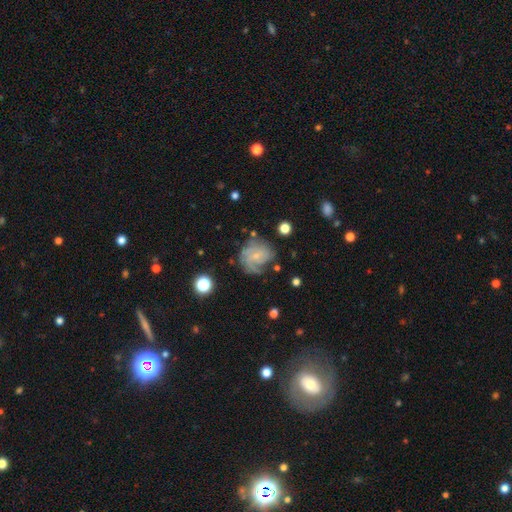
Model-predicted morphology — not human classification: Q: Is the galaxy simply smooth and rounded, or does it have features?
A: featured or disk — 75%.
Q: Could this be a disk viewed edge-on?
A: no — 98%.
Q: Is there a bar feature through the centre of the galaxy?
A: no — 64%.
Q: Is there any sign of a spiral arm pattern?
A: yes — 92%.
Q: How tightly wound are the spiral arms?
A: tight — 50%.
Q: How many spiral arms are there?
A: can't tell — 33%.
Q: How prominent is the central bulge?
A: small — 76%.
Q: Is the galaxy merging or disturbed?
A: none — 61%.